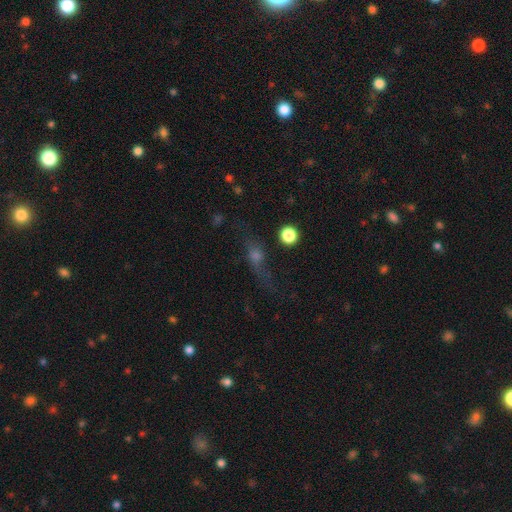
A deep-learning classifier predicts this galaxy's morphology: Smooth or featured: smooth — 40% (featured or disk — 39%)
Merging: none — 53% (major disturbance — 22%)